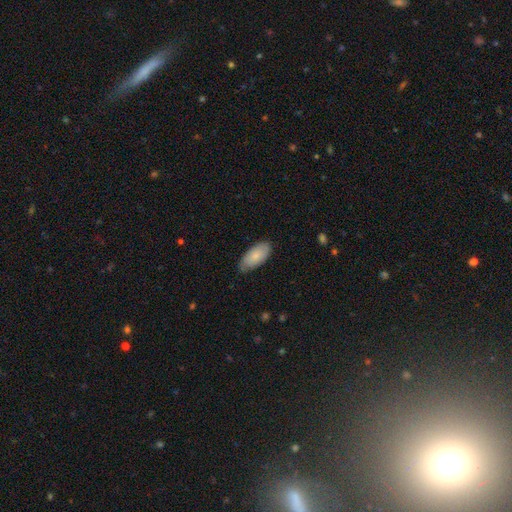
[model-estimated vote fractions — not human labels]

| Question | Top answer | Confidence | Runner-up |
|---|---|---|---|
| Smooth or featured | smooth | 82% | featured or disk (13%) |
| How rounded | in between | 92% | cigar-shaped (6%) |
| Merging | none | 75% | minor disturbance (21%) |